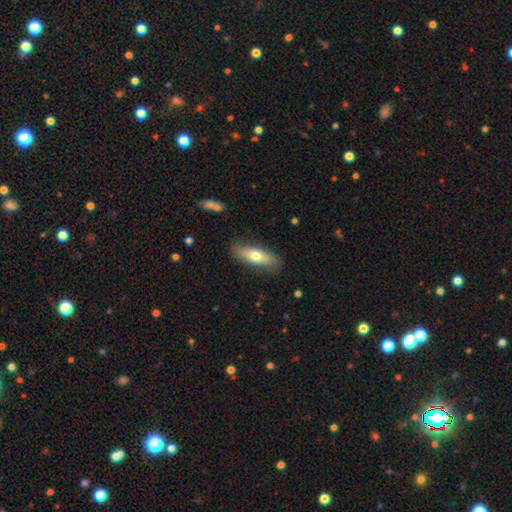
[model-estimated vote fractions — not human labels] This is likely a smooth galaxy (64%). How rounded: possibly in between (59%). Merging: clearly none (82%).